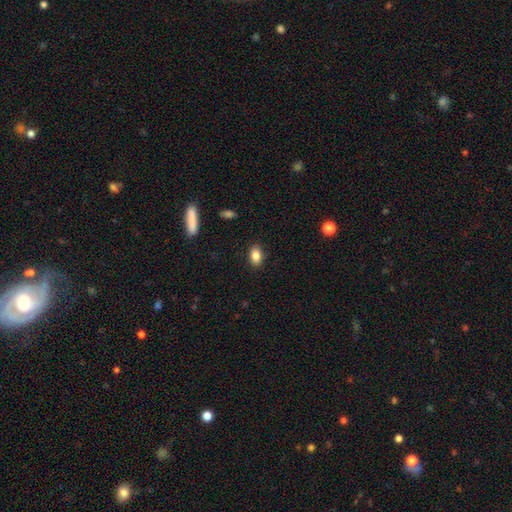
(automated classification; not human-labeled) The model was most divided on "how rounded": in between: 84%, round: 14%, cigar-shaped: 2%. More confident: merging — none (88%); smooth or featured — smooth (85%).